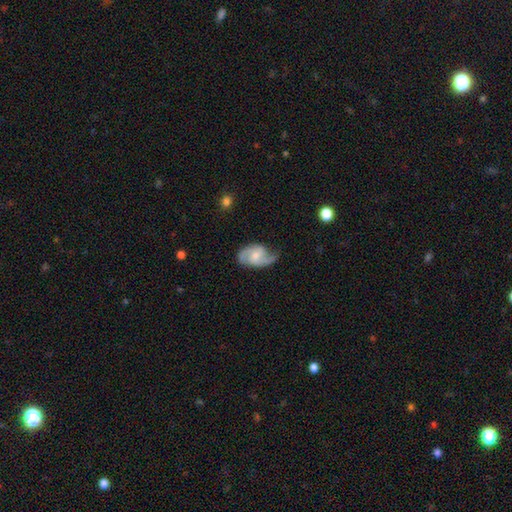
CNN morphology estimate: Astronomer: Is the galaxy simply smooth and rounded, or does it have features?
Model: featured or disk — 76%.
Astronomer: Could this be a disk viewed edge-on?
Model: no — 97%.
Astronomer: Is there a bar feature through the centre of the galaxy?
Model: weak — 47% (runner-up: no, 43%).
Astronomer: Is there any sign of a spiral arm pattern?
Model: yes — 94%.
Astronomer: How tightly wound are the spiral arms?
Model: medium — 48% (runner-up: loose, 34%).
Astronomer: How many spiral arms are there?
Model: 2 — 84%.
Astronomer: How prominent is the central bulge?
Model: small — 41% (runner-up: moderate, 39%).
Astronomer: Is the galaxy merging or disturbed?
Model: none — 56%.